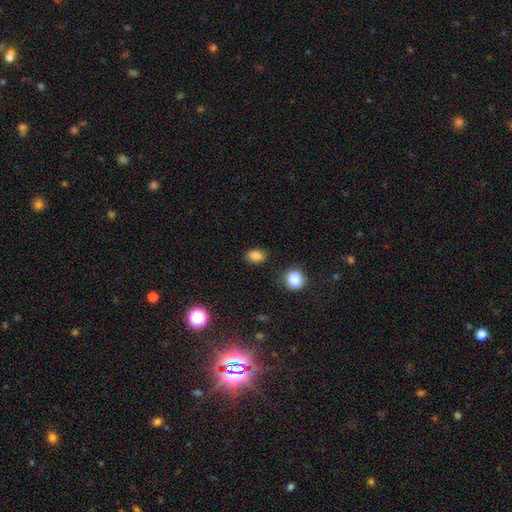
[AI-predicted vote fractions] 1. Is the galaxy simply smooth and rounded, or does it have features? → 85% smooth, 11% star or artifact, 4% featured or disk.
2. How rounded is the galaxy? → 77% in between, 22% round, 1% cigar-shaped.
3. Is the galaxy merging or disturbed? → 82% none, 12% minor disturbance, 3% merger, 3% major disturbance.